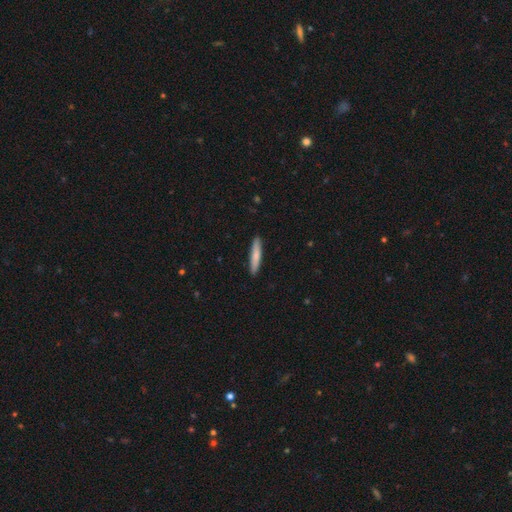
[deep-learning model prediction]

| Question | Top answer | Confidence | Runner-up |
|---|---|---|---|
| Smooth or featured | smooth | 78% | featured or disk (17%) |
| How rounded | cigar-shaped | 91% | in between (7%) |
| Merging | none | 91% | minor disturbance (7%) |